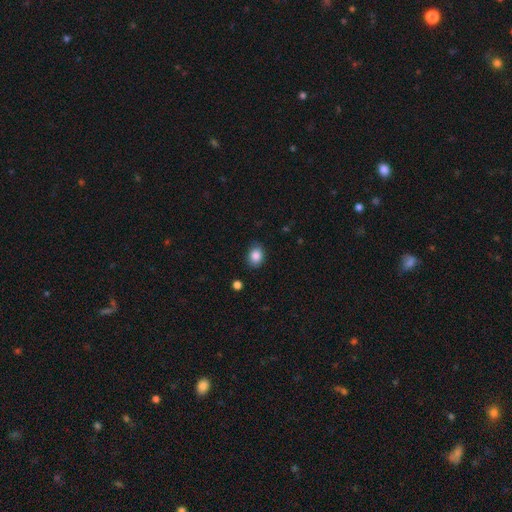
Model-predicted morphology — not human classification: A smooth galaxy with no disk features (86%) that is in between round and cigar-shaped (63%).

Vote fractions:
- Smooth or featured? smooth: 86% / star or artifact: 8% / featured or disk: 5%
- How rounded? in between: 63% / round: 36% / cigar-shaped: 1%
- Merging? none: 84% / minor disturbance: 12% / major disturbance: 3% / merger: 1%